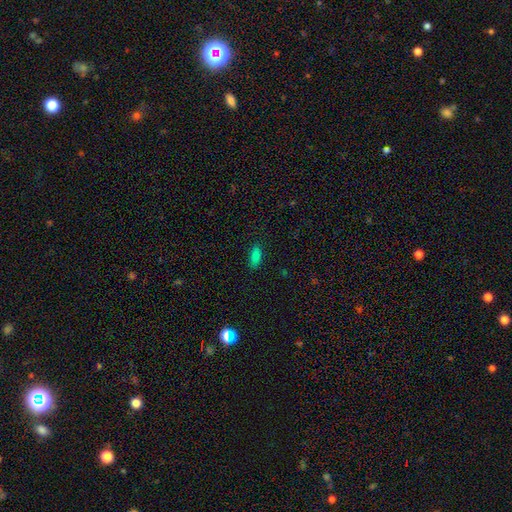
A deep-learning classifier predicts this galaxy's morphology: Overall: smooth (83%). How rounded: in between (83%). Merging: none (85%).